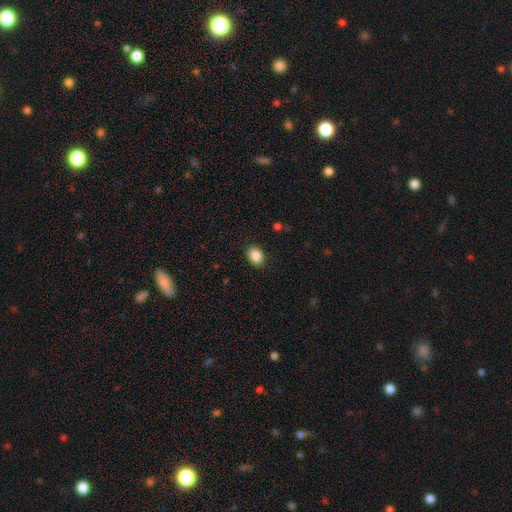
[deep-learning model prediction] Q: Smooth or featured?
A: smooth (88%); runner-up: star or artifact (8%)
Q: How rounded?
A: in between (73%); runner-up: round (26%)
Q: Merging?
A: none (88%); runner-up: minor disturbance (9%)